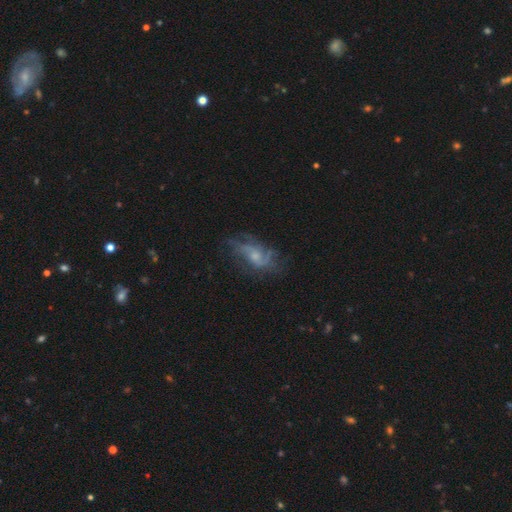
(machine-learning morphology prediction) This is likely a featured or disk galaxy (70%). It is clearly not viewed edge-on (94%). Bar: likely no (66%). Spiral arm pattern: clearly yes (81%). Spiral arm count: marginally can't tell (35%). Spiral winding: marginally loose (40%, tied with medium). Central bulge: marginally small (43%). Merging: possibly none (57%).